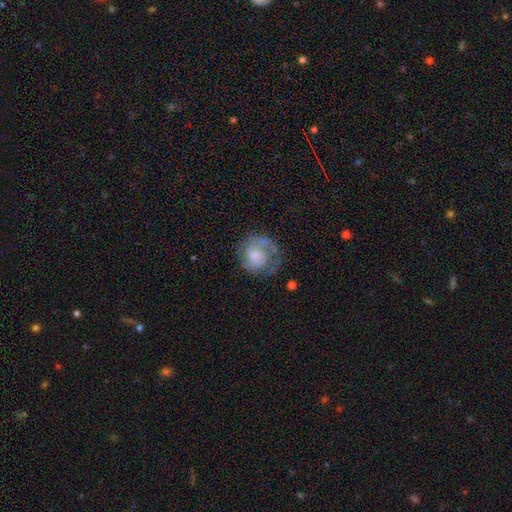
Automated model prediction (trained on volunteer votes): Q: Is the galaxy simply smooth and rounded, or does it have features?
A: featured or disk — 46%.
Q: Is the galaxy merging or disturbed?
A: none — 48%.